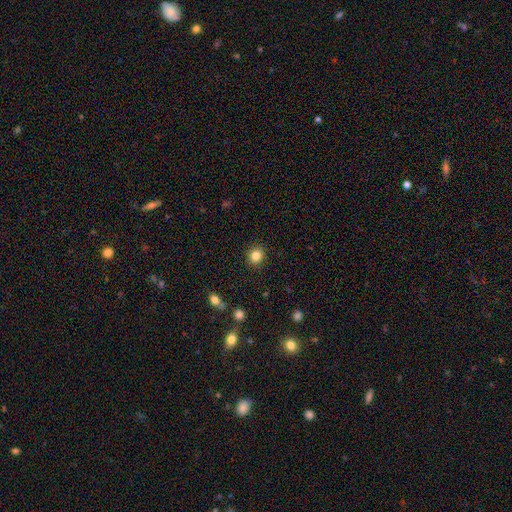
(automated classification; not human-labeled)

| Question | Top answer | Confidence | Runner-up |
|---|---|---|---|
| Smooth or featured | smooth | 83% | star or artifact (11%) |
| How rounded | round | 81% | in between (18%) |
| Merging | none | 91% | minor disturbance (6%) |